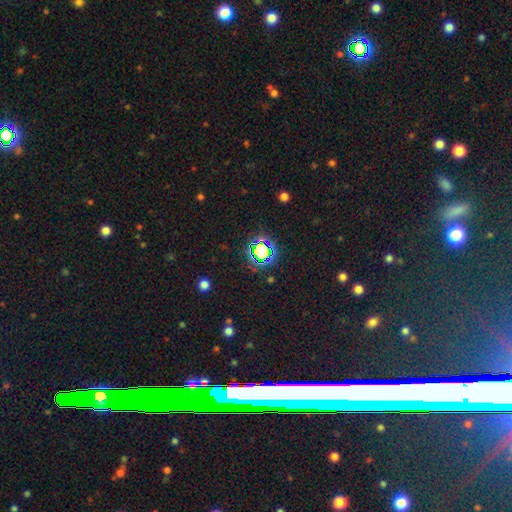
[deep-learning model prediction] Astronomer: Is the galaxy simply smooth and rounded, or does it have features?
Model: star or artifact — 71%.